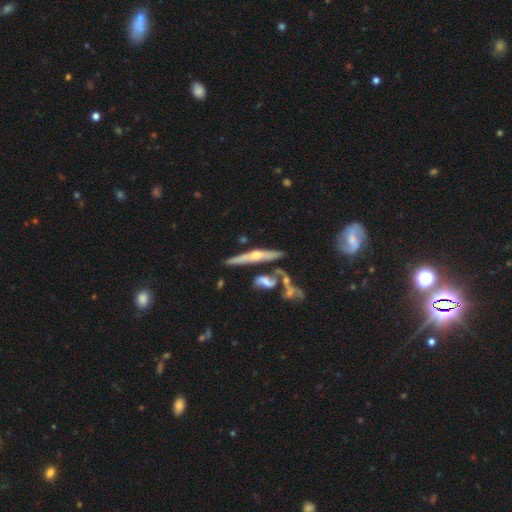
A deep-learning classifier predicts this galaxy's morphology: Smooth or featured: featured or disk — 70% (smooth — 22%)
Edge-on disk: yes — 94% (no — 6%)
Edge-on bulge: rounded — 83% (none — 9%)
Merging: none — 70% (minor disturbance — 13%)